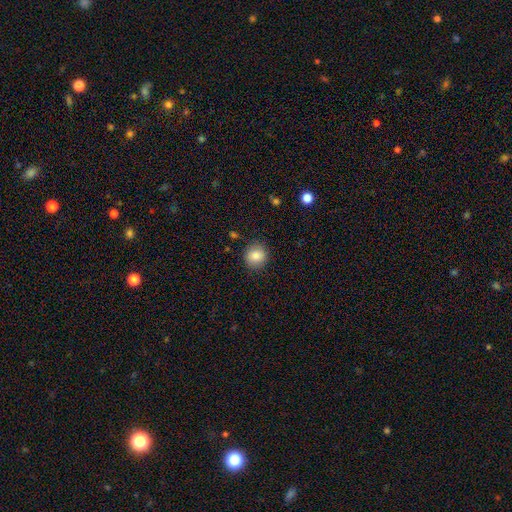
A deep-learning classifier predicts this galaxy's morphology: smooth 85%, star or artifact 9%, featured or disk 6%. Down the decision tree: how rounded — round (86%); merging — none (87%).